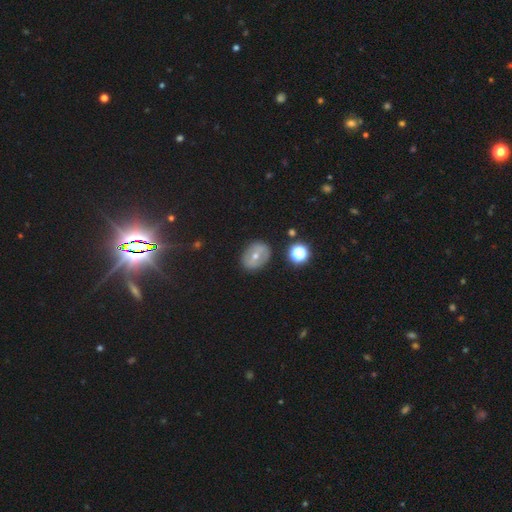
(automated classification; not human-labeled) The model was most divided on "smooth or featured": featured or disk: 47%, smooth: 42%, star or artifact: 12%. More confident: merging — none (84%).